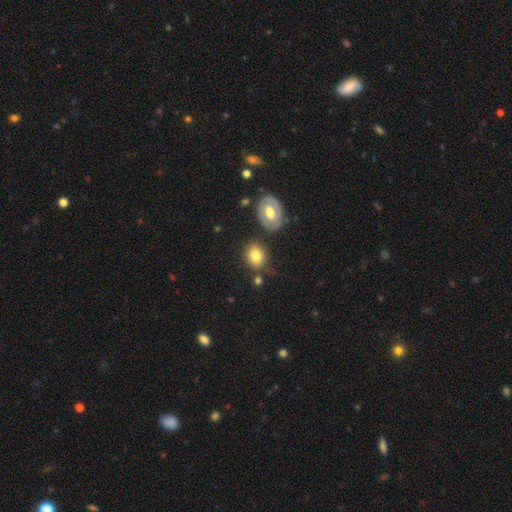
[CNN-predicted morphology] Q: Smooth or featured?
A: smooth (77%); runner-up: featured or disk (16%)
Q: How rounded?
A: in between (63%); runner-up: round (36%)
Q: Merging?
A: none (71%); runner-up: minor disturbance (16%)